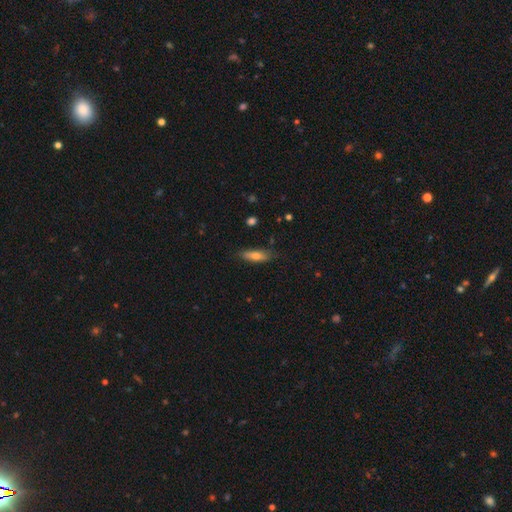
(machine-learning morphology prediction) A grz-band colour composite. It shows a smooth galaxy with no disk features (70%) that is cigar-shaped (49%). Merging: none (77%).